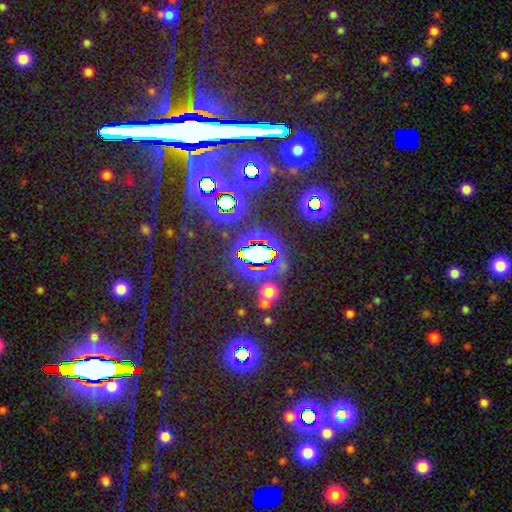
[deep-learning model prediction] Smooth or featured? Predicted: star or artifact (p=0.77).